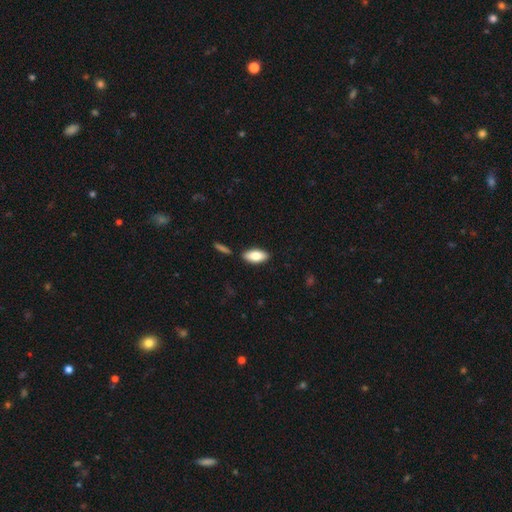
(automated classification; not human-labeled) This appears to be a smooth galaxy with no disk features (80%) that is in between round and cigar-shaped (89%). Merging: none (86%).